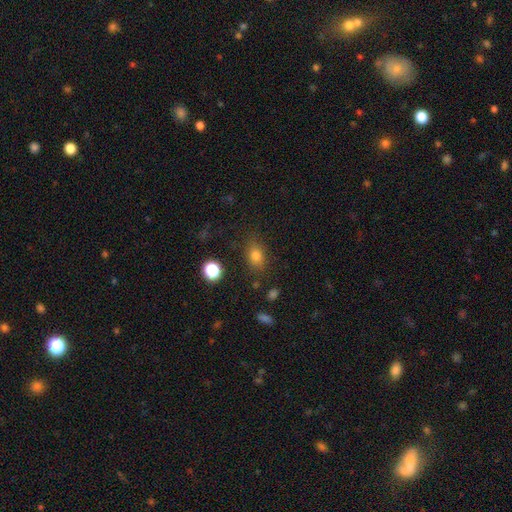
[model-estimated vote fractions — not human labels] The model was most divided on "how rounded": in between: 67%, round: 31%, cigar-shaped: 2%. More confident: merging — none (81%); smooth or featured — smooth (78%).